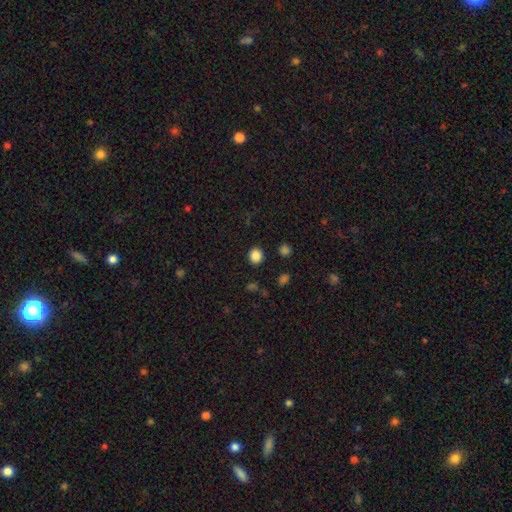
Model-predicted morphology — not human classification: type=smooth (86%); roundness=round (82%); merging=none (90%).